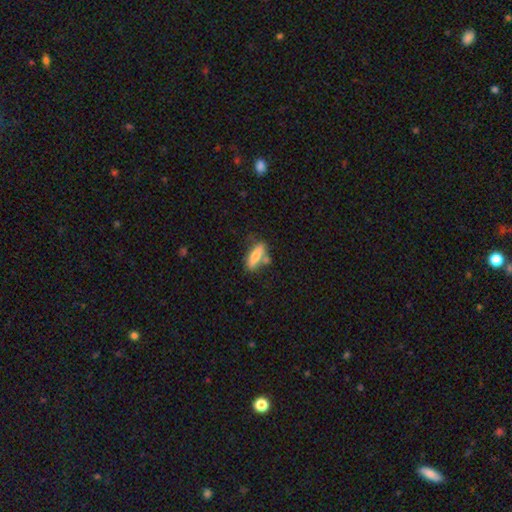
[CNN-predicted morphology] A smooth galaxy with no disk features (68%) that is cigar-shaped (53%).

Vote fractions:
- Smooth or featured? smooth: 68% / featured or disk: 25% / star or artifact: 7%
- How rounded? cigar-shaped: 53% / in between: 44% / round: 3%
- Merging? none: 62% / minor disturbance: 19% / merger: 14% / major disturbance: 6%